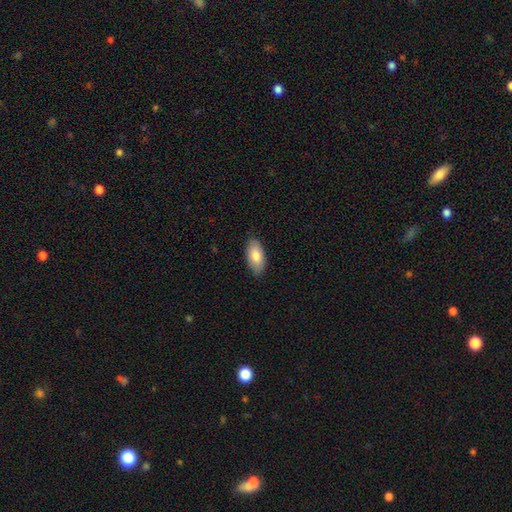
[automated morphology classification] A smooth galaxy with no disk features (83%) that is in between round and cigar-shaped (93%). Merging: none (86%).